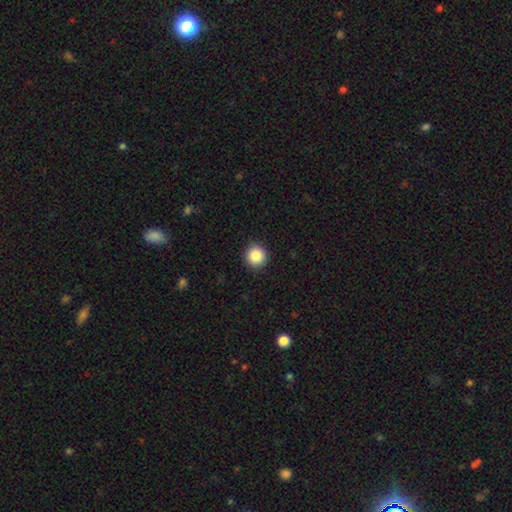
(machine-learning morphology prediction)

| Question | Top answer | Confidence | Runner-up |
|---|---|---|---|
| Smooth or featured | smooth | 87% | star or artifact (9%) |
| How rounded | round | 91% | in between (8%) |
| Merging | none | 91% | minor disturbance (7%) |